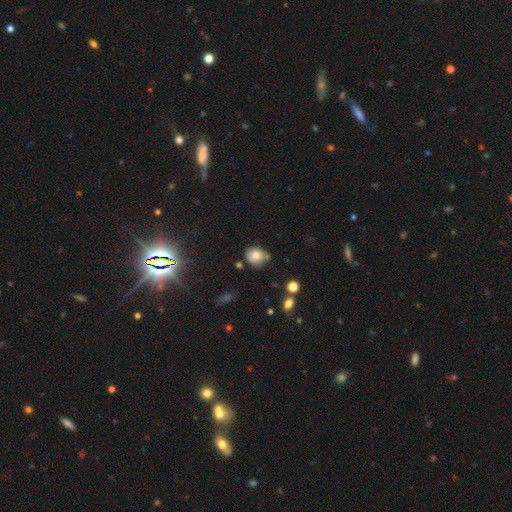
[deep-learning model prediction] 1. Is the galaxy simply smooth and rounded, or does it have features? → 76% smooth, 12% featured or disk, 11% star or artifact.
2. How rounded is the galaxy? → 65% round, 34% in between, 1% cigar-shaped.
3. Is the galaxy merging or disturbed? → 58% none, 28% minor disturbance, 8% merger, 6% major disturbance.